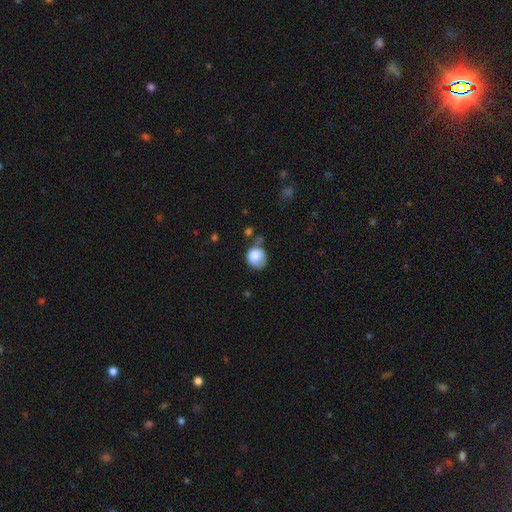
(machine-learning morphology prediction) The model was most divided on "merging": none: 46%, minor disturbance: 32%, major disturbance: 12%, merger: 10%. More confident: smooth or featured — smooth (82%); how rounded — round (75%).